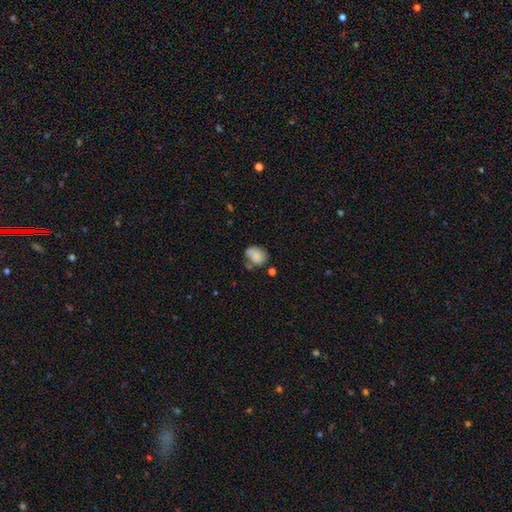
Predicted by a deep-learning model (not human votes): A smooth galaxy with no disk features (73%) that is in between round and cigar-shaped (59%).

Vote fractions:
- Smooth or featured? smooth: 73% / featured or disk: 18% / star or artifact: 9%
- How rounded? in between: 59% / round: 40% / cigar-shaped: 1%
- Merging? none: 49% / minor disturbance: 30% / major disturbance: 11% / merger: 10%